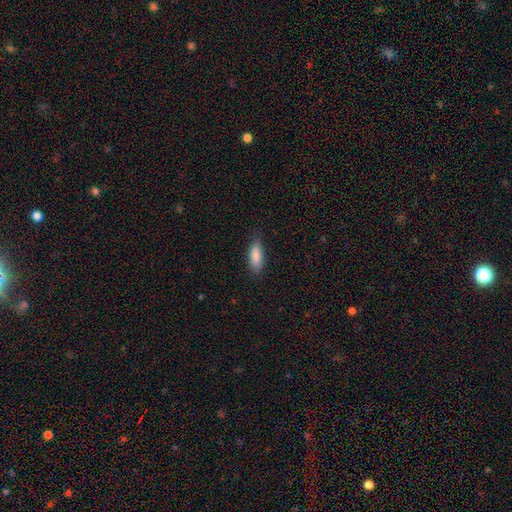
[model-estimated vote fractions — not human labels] Smooth or featured: smooth — 87% (featured or disk — 6%)
How rounded: in between — 75% (cigar-shaped — 23%)
Merging: none — 79% (minor disturbance — 17%)